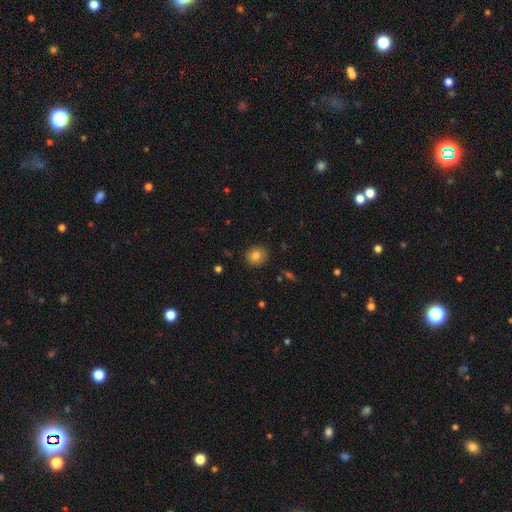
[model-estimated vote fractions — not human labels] smooth-or-featured: smooth: 82% | star or artifact: 10% | featured or disk: 9%
  how-rounded: round: 81% | in between: 18% | cigar-shaped: 1%
  merging: none: 89% | minor disturbance: 8% | major disturbance: 2% | merger: 1%